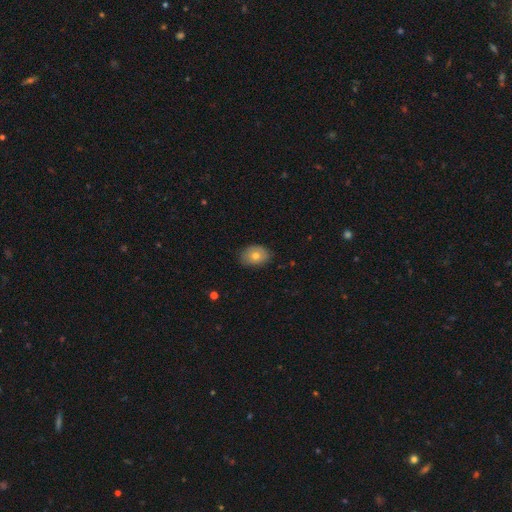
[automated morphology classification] smooth_or_featured: smooth (p=0.72) [alt: featured or disk p=0.19]
how_rounded: in between (p=0.74) [alt: round p=0.25]
merging: none (p=0.81) [alt: minor disturbance p=0.15]